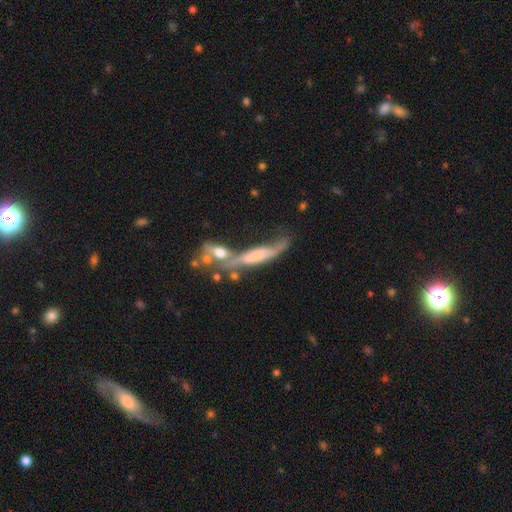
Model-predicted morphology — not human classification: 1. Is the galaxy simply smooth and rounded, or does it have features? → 55% featured or disk, 35% smooth, 10% star or artifact.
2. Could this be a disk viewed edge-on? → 50% no (tied), 50% yes (tied).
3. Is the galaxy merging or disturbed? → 46% merger, 21% none, 18% major disturbance, 15% minor disturbance.